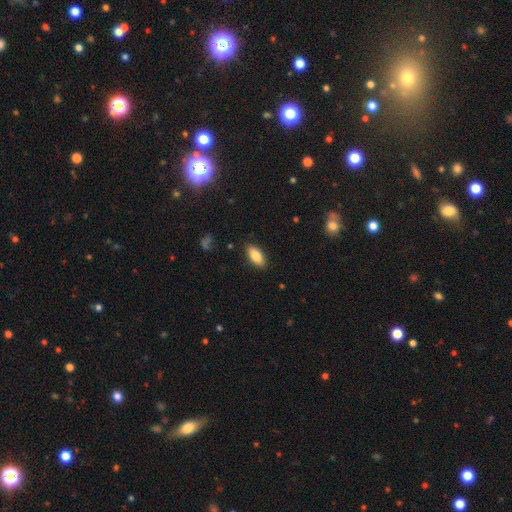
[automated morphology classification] smooth-or-featured: smooth: 84% | featured or disk: 9% | star or artifact: 7%
  how-rounded: in between: 87% | cigar-shaped: 10% | round: 2%
  merging: none: 88% | minor disturbance: 9% | major disturbance: 2% | merger: 1%